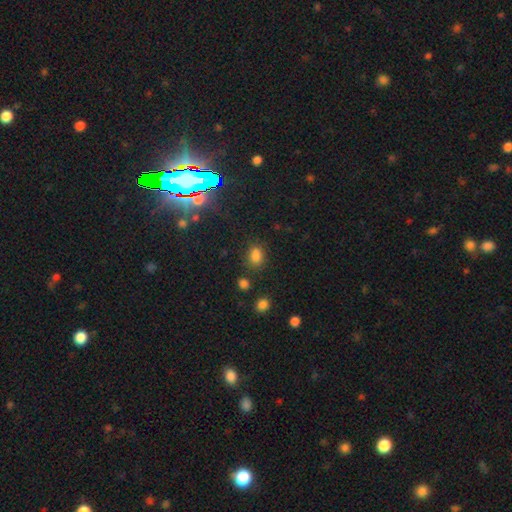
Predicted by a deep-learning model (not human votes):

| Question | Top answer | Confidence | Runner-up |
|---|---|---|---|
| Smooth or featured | smooth | 75% | star or artifact (19%) |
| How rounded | in between | 66% | round (32%) |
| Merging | none | 72% | minor disturbance (15%) |